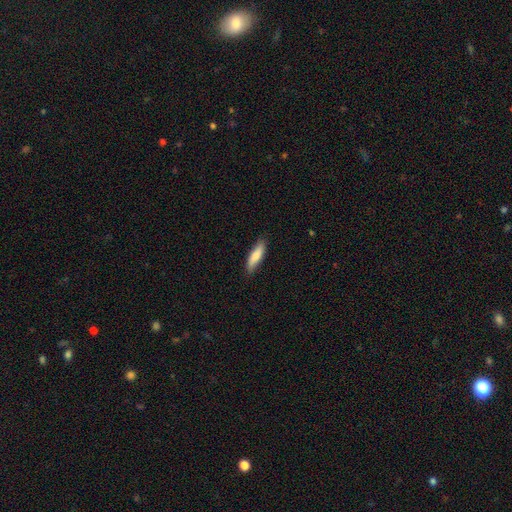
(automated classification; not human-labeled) smooth-or-featured: smooth: 78% | featured or disk: 16% | star or artifact: 6%
  how-rounded: cigar-shaped: 60% | in between: 39% | round: 2%
  merging: none: 83% | minor disturbance: 14% | major disturbance: 2% | merger: 1%